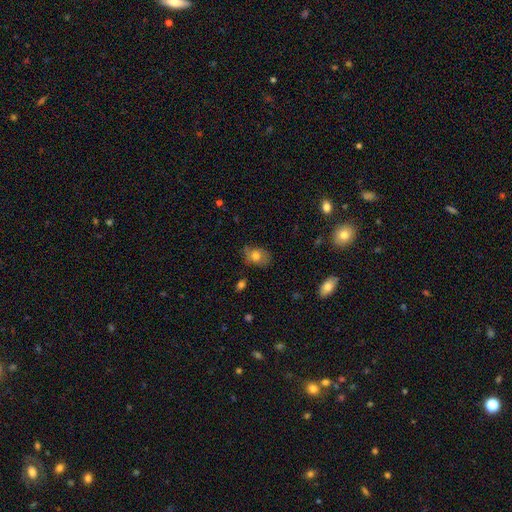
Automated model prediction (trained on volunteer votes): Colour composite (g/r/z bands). It shows a smooth galaxy with no disk features (73%) that is in between round and cigar-shaped (74%). Merging: none (65%).